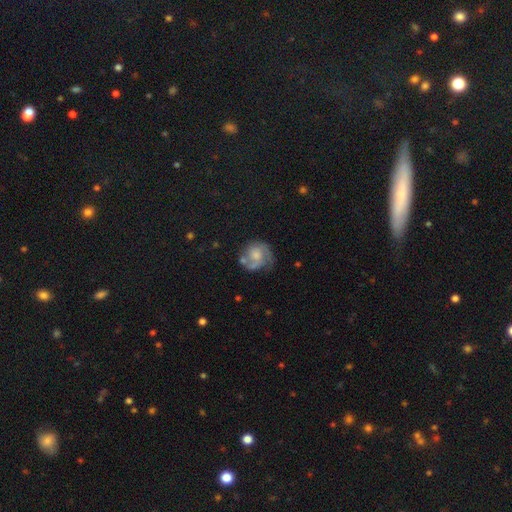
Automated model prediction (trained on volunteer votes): Smooth or featured?
  - featured or disk: 61% *
  - smooth: 32%
  - star or artifact: 7%
Edge-on disk?
  - no: 98% *
  - yes: 2%
Bar?
  - no: 75% *
  - weak: 22%
  - strong: 3%
Spiral arms?
  - yes: 80% *
  - no: 20%
Bulge size?
  - moderate: 45% *
  - small: 29%
  - none: 13%
  - large: 11%
  - dominant: 2%
Merging?
  - none: 52% *
  - minor disturbance: 23%
  - major disturbance: 16%
  - merger: 9%